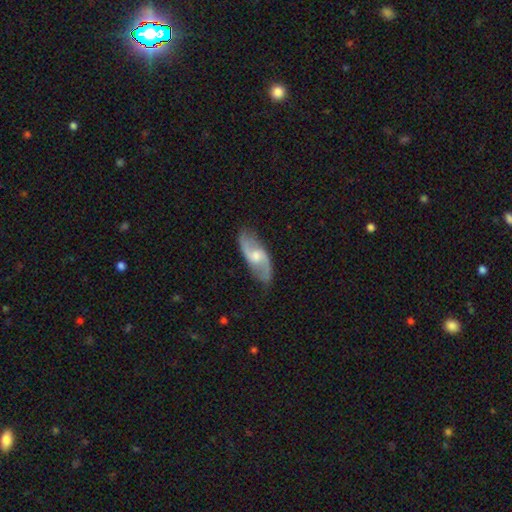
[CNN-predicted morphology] This is likely a featured or disk galaxy (80%). It is clearly not viewed edge-on (92%). Bar: possibly weak (48%). Spiral arm pattern: clearly yes (94%). Spiral arm count: clearly 2 (91%). Spiral winding: possibly loose (54%). Central bulge: possibly moderate (59%). Merging: clearly none (81%).